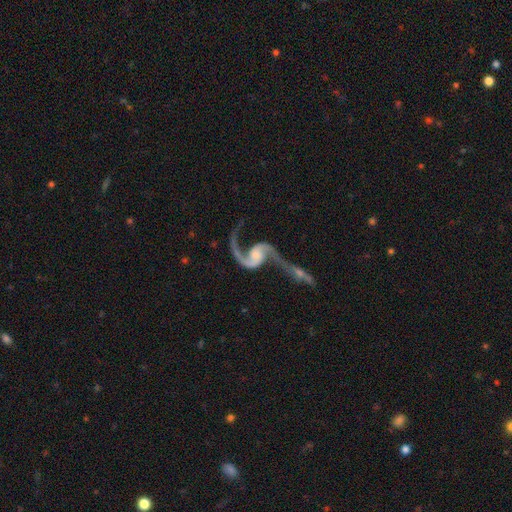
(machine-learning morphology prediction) Overall: featured or disk (92%). Edge-on disk: no (97%). Bar: no (55%; weak 34%). Spiral arms: yes (97%). Spiral arm count: 2 (92%). Spiral winding: loose (79%). Bulge size: none (30%; small 29%). Merging: none (37%; merger 36%).